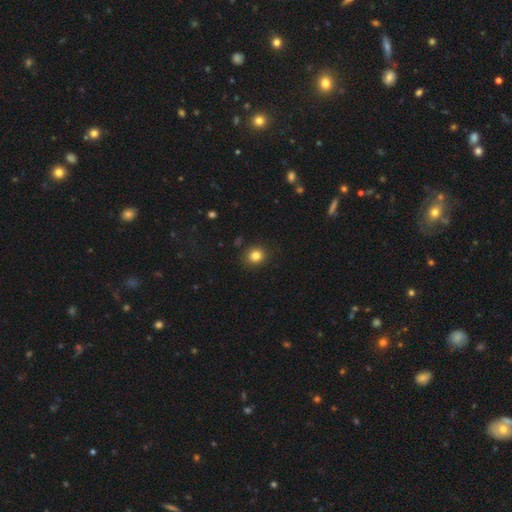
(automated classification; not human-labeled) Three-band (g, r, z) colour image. It shows a smooth galaxy with no disk features (83%) that is round (86%). Merging: none (90%).